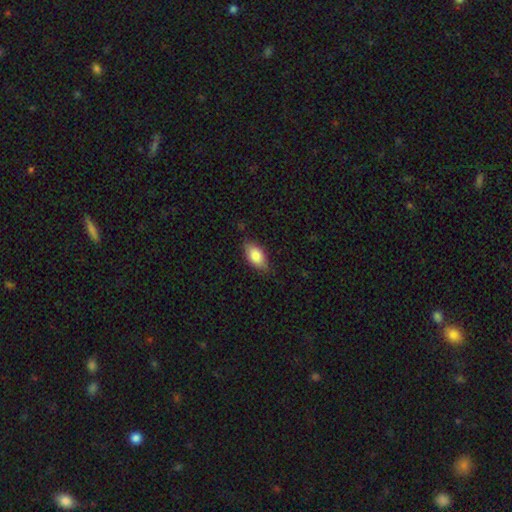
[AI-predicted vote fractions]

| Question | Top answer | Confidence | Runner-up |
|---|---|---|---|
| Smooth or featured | smooth | 83% | featured or disk (10%) |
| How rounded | in between | 91% | cigar-shaped (5%) |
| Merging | none | 78% | minor disturbance (18%) |